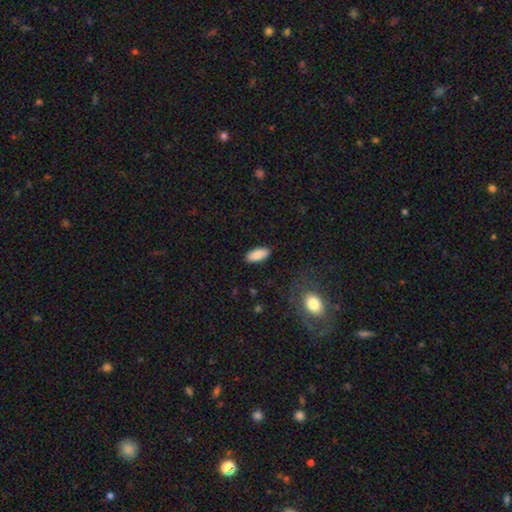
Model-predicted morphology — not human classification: Smooth or featured: smooth — 89% (star or artifact — 6%)
How rounded: in between — 84% (cigar-shaped — 14%)
Merging: none — 88% (minor disturbance — 9%)